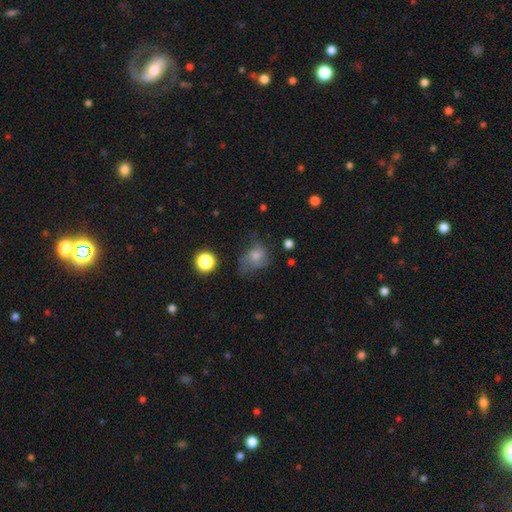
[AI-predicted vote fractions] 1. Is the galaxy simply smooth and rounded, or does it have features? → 56% smooth, 27% featured or disk, 17% star or artifact.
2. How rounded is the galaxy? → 53% round, 45% in between, 1% cigar-shaped.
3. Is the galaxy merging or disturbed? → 44% none, 30% minor disturbance, 24% major disturbance, 3% merger.